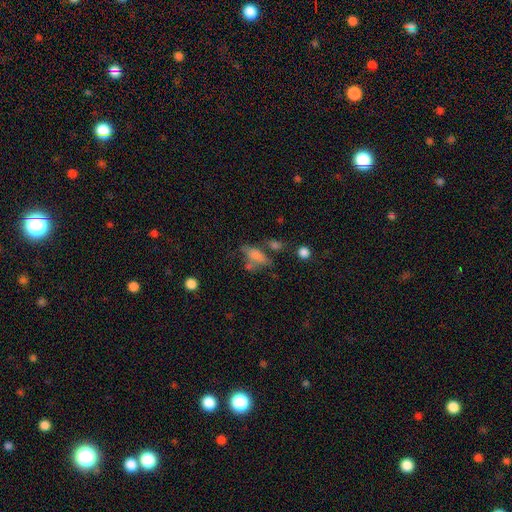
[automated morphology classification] This is possibly a smooth galaxy (55%). How rounded: likely in between (64%). Merging: marginally none (42%).